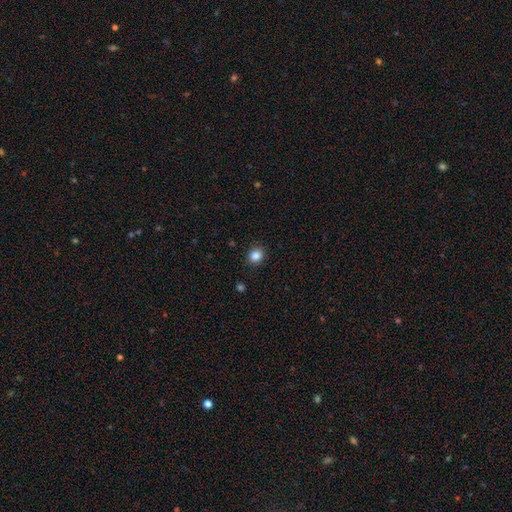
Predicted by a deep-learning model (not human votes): Smooth or featured? smooth (85%)
How rounded? round (77%)
Merging? none (90%)